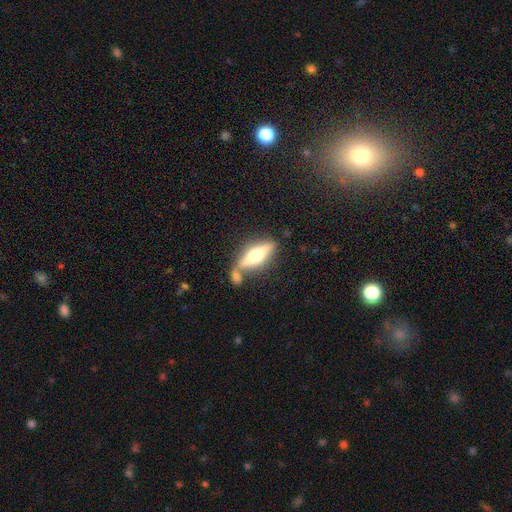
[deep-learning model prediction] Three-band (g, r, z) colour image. It shows a featured or disk galaxy (57%) viewed edge-on (86%). Merging: none (58%).